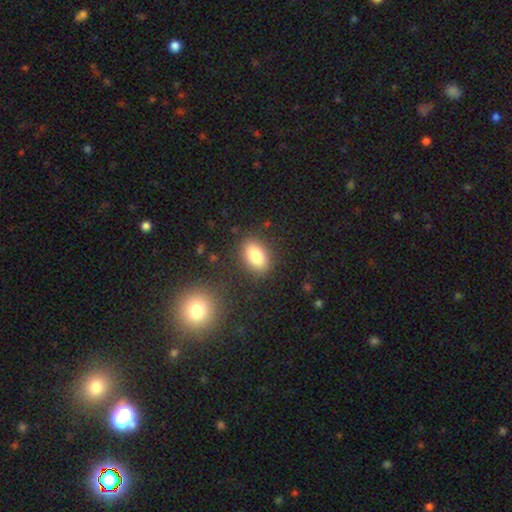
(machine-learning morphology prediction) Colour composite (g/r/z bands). It shows a smooth galaxy with no disk features (82%) that is in between round and cigar-shaped (88%). Merging: none (85%).